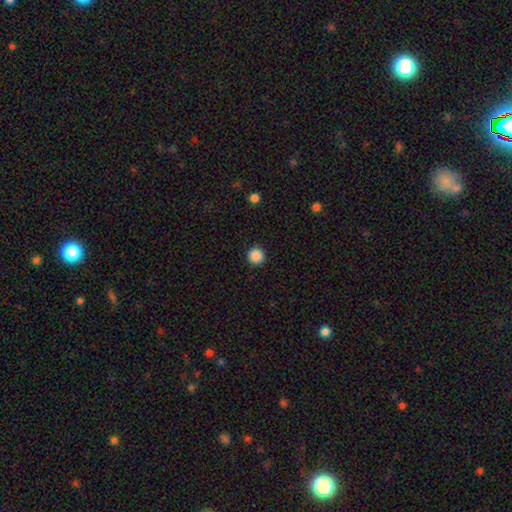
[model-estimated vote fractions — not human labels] smooth 88%, star or artifact 10%, featured or disk 2%. Down the decision tree: how rounded — round (96%); merging — none (92%).